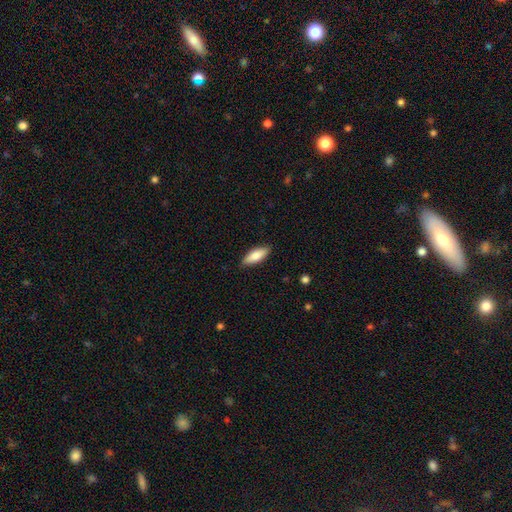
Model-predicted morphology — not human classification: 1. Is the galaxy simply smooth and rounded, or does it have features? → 80% smooth, 15% featured or disk, 6% star or artifact.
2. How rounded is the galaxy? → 64% in between, 34% cigar-shaped, 2% round.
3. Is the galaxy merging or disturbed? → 88% none, 9% minor disturbance, 2% major disturbance, 1% merger.